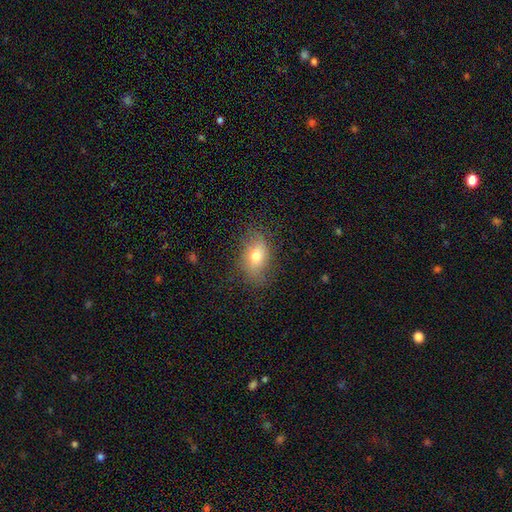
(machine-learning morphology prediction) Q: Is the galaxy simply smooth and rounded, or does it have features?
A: smooth — 67%.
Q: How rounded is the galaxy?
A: in between — 81%.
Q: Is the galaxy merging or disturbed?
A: none — 70%.